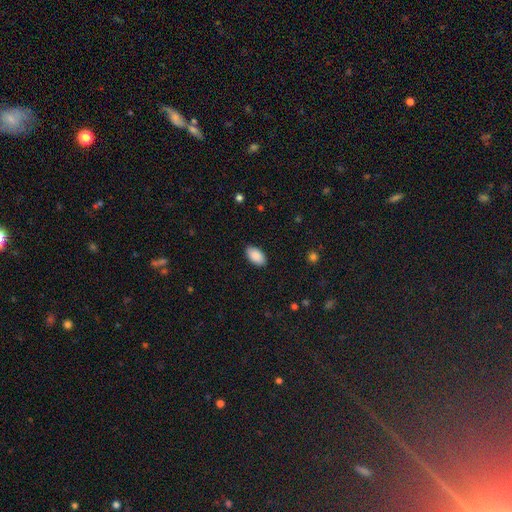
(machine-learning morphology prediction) A smooth galaxy with no disk features (90%) that is in between round and cigar-shaped (95%). Merging: none (88%).